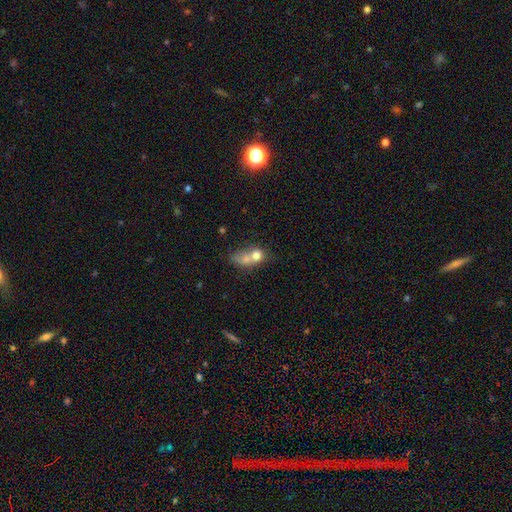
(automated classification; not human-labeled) Overall: smooth (63%; featured or disk 24%). How rounded: in between (49%; round 46%). Merging: merger (60%; none 21%).